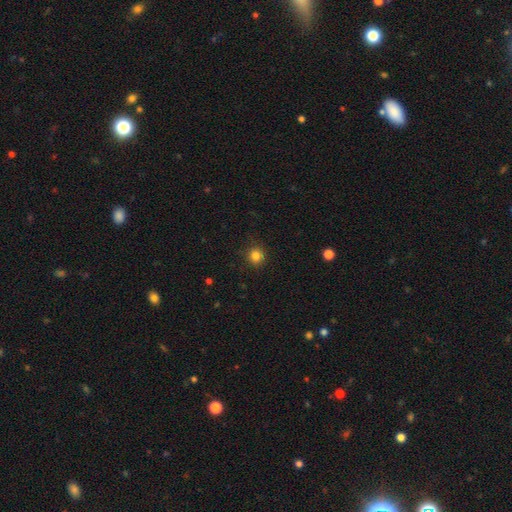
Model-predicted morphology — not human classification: The model was most divided on "smooth or featured": smooth: 82%, star or artifact: 13%, featured or disk: 5%. More confident: how rounded — round (91%); merging — none (90%).